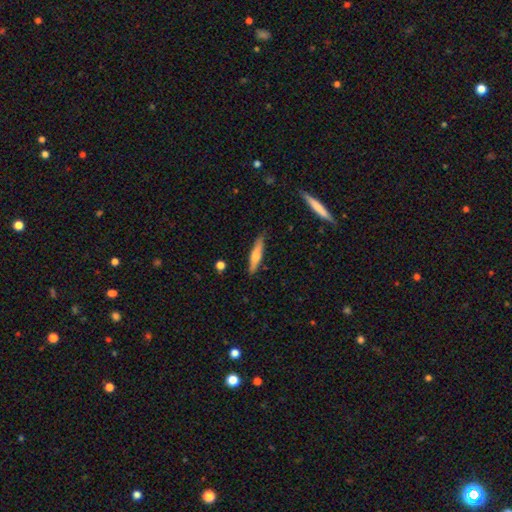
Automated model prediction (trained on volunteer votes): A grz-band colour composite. It shows a smooth galaxy with no disk features (59%) that is cigar-shaped (85%). Merging: none (85%).